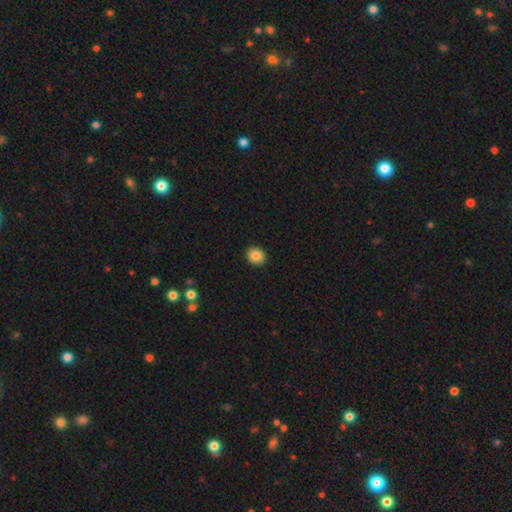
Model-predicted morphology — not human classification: The model was most divided on "how rounded": round: 70%, in between: 29%, cigar-shaped: 1%. More confident: merging — none (92%); smooth or featured — smooth (85%).